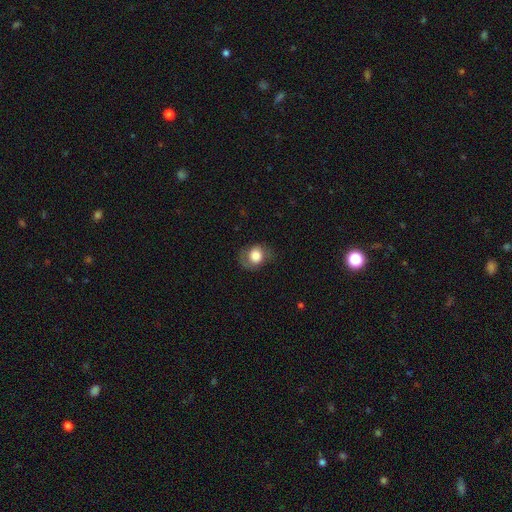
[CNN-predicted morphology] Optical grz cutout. It shows a smooth galaxy with no disk features (71%) that is round (62%). Merging: none (62%).